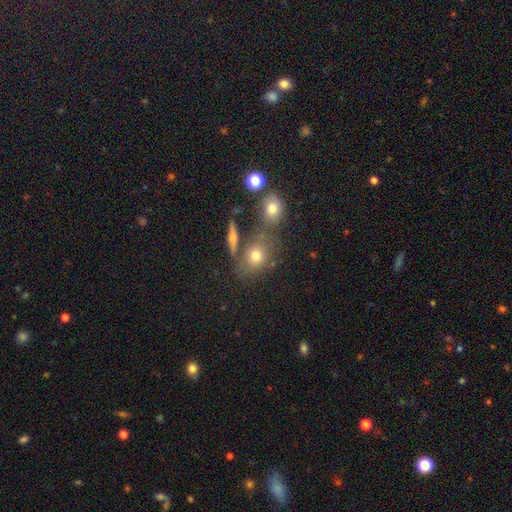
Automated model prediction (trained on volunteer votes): Smooth or featured? Predicted: smooth (p=0.68). How rounded? Predicted: round (p=0.53). Merging? Predicted: none (p=0.55).